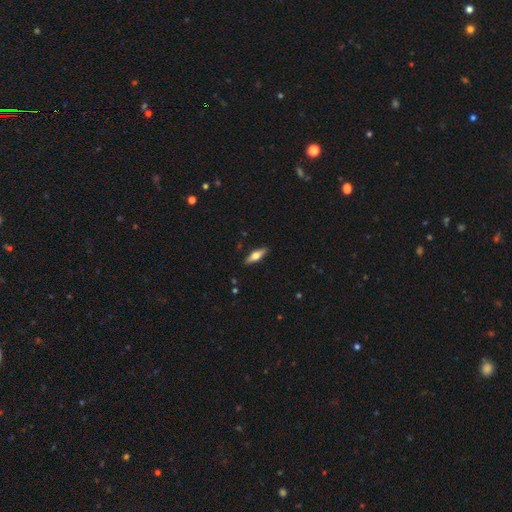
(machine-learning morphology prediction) Q: Smooth or featured?
A: smooth (48%); runner-up: featured or disk (46%)
Q: Merging?
A: none (89%); runner-up: minor disturbance (8%)